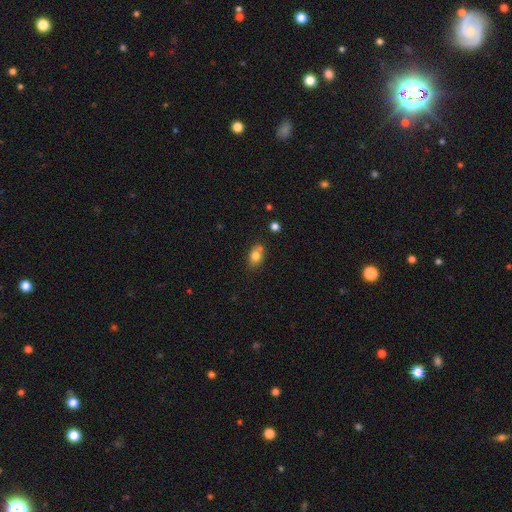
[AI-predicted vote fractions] smooth_or_featured: smooth (p=0.77) [alt: featured or disk p=0.12]
how_rounded: in between (p=0.62) [alt: round p=0.36]
merging: none (p=0.58) [alt: merger p=0.21]